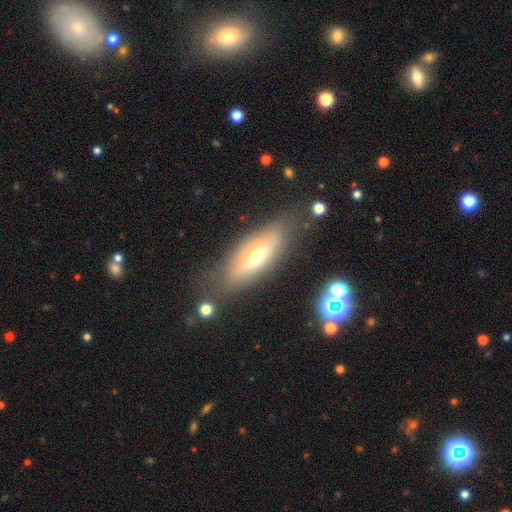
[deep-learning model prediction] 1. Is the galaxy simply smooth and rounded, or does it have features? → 49% smooth, 41% featured or disk, 10% star or artifact.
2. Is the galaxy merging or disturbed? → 75% none, 16% minor disturbance, 6% major disturbance, 3% merger.